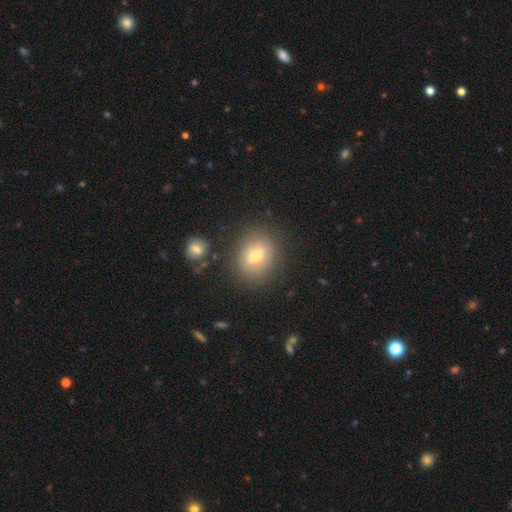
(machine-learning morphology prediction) A smooth galaxy with no disk features (66%) that is round (51%).

Vote fractions:
- Smooth or featured? smooth: 66% / featured or disk: 23% / star or artifact: 11%
- How rounded? round: 51% / in between: 48% / cigar-shaped: 1%
- Merging? none: 79% / minor disturbance: 13% / major disturbance: 4% / merger: 4%